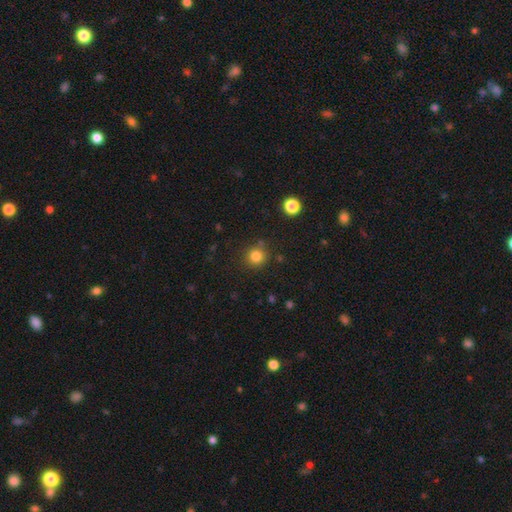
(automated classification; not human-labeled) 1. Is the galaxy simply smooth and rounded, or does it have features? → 82% smooth, 13% star or artifact, 5% featured or disk.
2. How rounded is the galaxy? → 93% round, 7% in between, 1% cigar-shaped.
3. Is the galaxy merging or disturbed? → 84% none, 8% minor disturbance, 4% merger, 3% major disturbance.